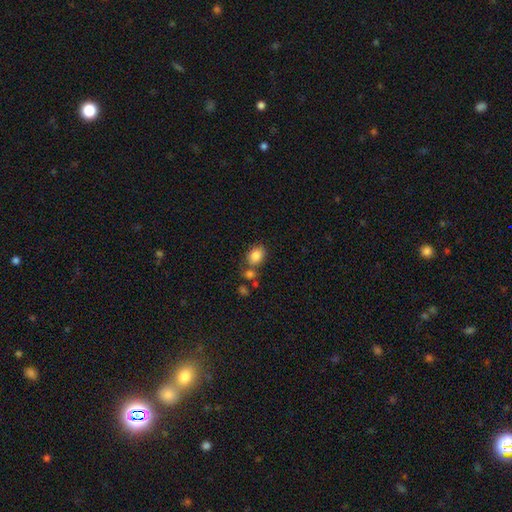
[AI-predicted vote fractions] This is clearly a smooth galaxy (84%). How rounded: likely in between (61%). Merging: likely none (64%).